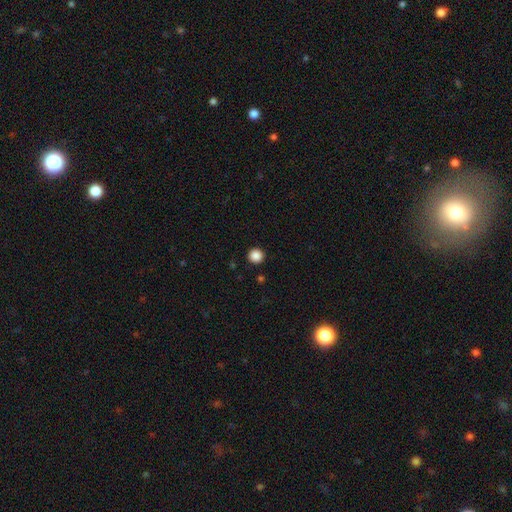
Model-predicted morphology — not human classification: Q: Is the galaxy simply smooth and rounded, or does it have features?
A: smooth — 87%.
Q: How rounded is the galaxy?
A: round — 96%.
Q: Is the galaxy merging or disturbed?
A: none — 93%.